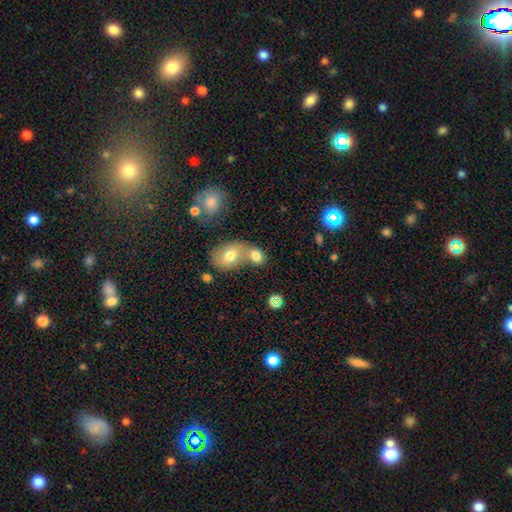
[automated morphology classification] smooth 76%, featured or disk 13%, star or artifact 12%. Down the decision tree: how rounded — in between (58%); merging — merger (56%).